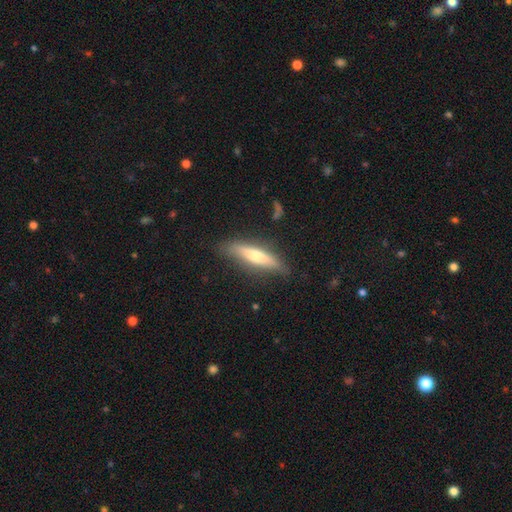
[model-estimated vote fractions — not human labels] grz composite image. It shows a smooth galaxy with no disk features (54%) that is cigar-shaped (80%). Merging: none (80%).